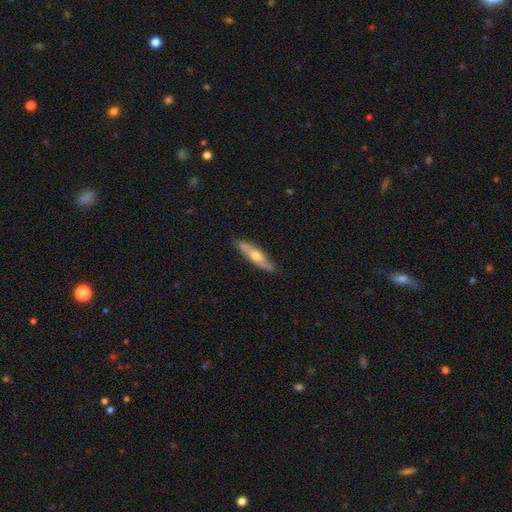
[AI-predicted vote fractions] Smooth or featured? featured or disk (51%)
Edge-on disk? yes (72%)
Merging? none (82%)